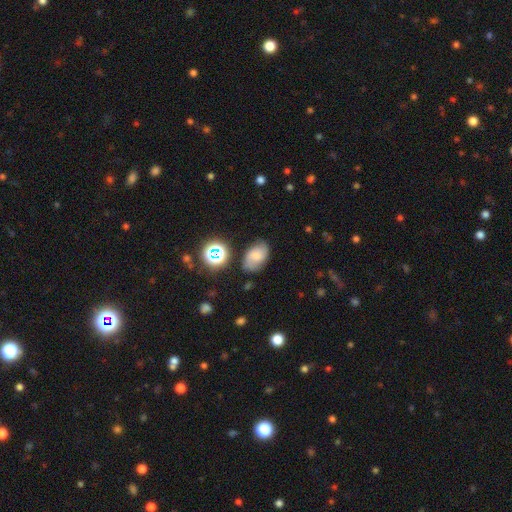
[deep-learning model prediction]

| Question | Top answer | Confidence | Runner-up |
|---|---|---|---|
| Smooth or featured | smooth | 59% | featured or disk (27%) |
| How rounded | in between | 85% | round (13%) |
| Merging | none | 71% | minor disturbance (20%) |